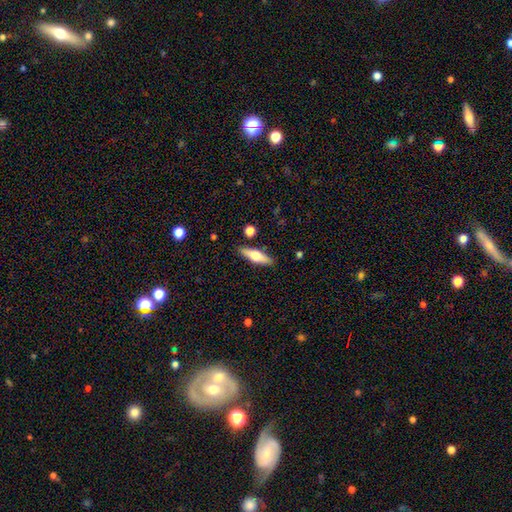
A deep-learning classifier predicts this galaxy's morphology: Smooth or featured?
  - smooth: 55% *
  - featured or disk: 39%
  - star or artifact: 6%
How rounded?
  - cigar-shaped: 60% *
  - in between: 38%
  - round: 3%
Merging?
  - none: 87% *
  - minor disturbance: 9%
  - merger: 3%
  - major disturbance: 2%